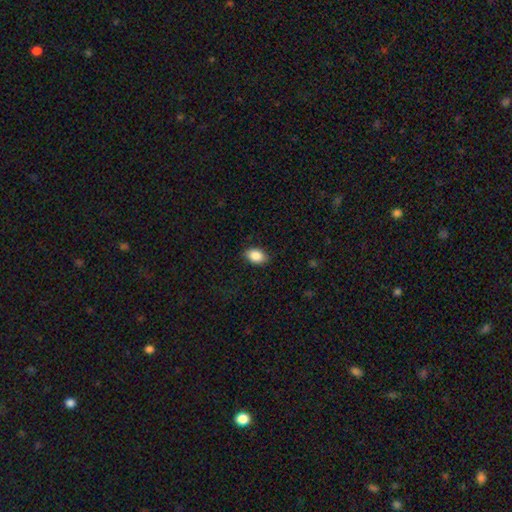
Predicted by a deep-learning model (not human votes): Smooth or featured?
  - smooth: 88% *
  - star or artifact: 7%
  - featured or disk: 5%
How rounded?
  - in between: 86% *
  - round: 12%
  - cigar-shaped: 1%
Merging?
  - none: 87% *
  - minor disturbance: 10%
  - major disturbance: 2%
  - merger: 1%